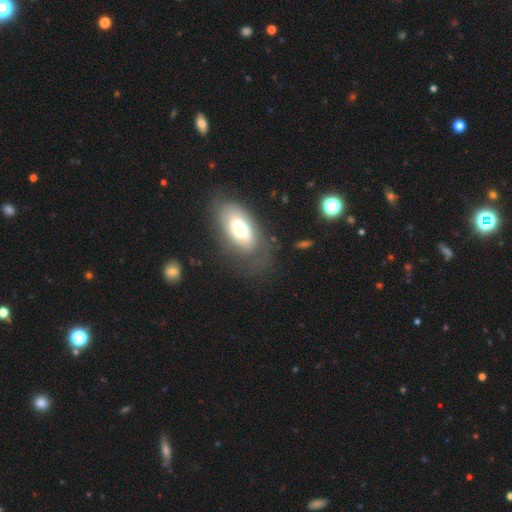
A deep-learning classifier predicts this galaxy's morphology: Overall: smooth (57%; featured or disk 32%). How rounded: in between (90%). Merging: none (71%).